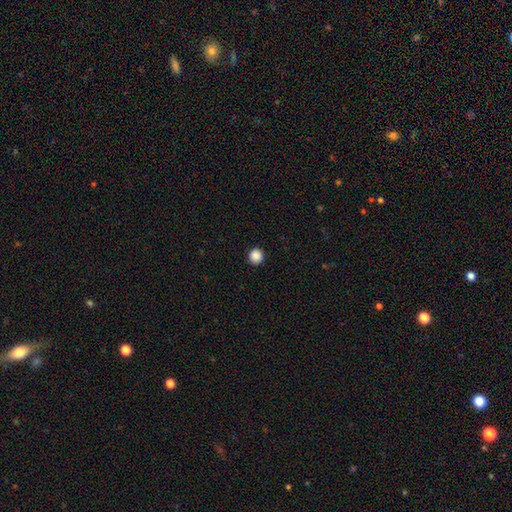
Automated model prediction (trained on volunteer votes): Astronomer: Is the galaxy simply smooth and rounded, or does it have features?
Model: smooth — 88%.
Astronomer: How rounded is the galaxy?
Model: round — 94%.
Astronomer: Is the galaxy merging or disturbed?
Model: none — 93%.